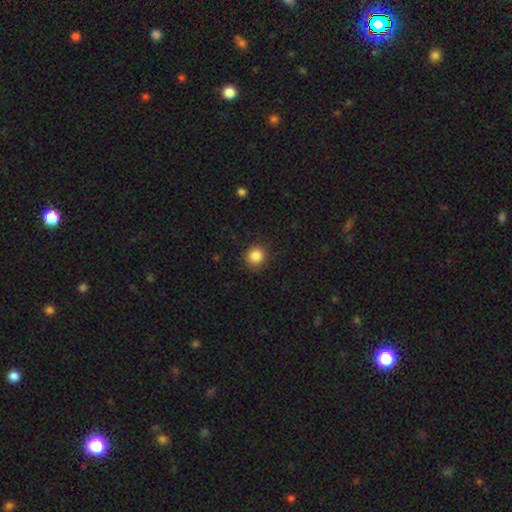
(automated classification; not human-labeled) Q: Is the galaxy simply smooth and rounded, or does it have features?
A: smooth — 85%.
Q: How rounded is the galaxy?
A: round — 90%.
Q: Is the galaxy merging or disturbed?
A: none — 89%.